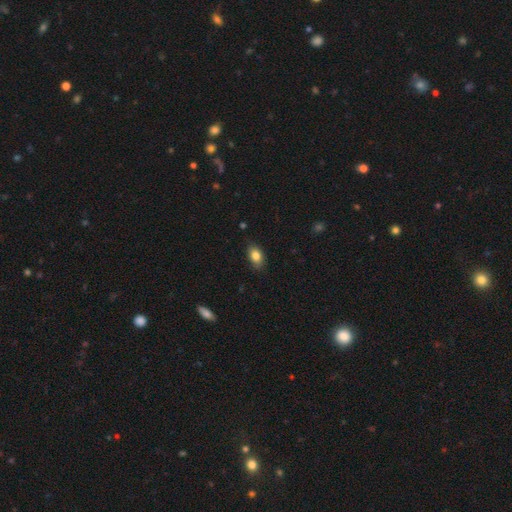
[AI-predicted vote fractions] Morphology: type=smooth (83%); roundness=in between (88%); merging=none (82%).